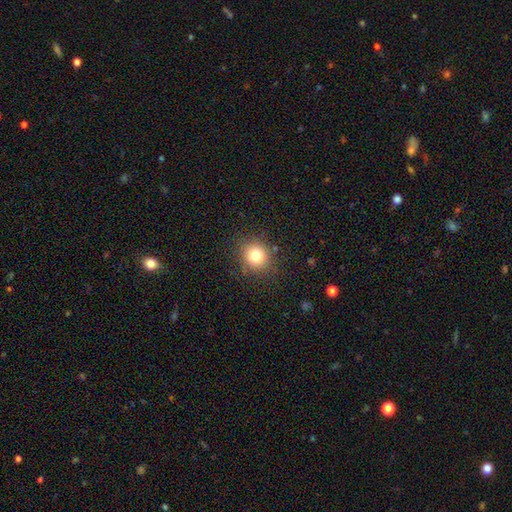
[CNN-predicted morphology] smooth-or-featured: smooth: 79% | star or artifact: 13% | featured or disk: 8%
  how-rounded: round: 87% | in between: 12% | cigar-shaped: 1%
  merging: none: 85% | minor disturbance: 10% | major disturbance: 3% | merger: 2%